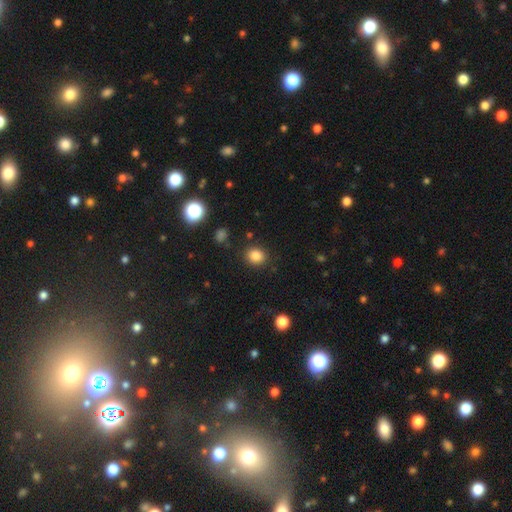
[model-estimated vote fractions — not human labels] Morphology: type=smooth (84%); roundness=round (73%); merging=none (87%).